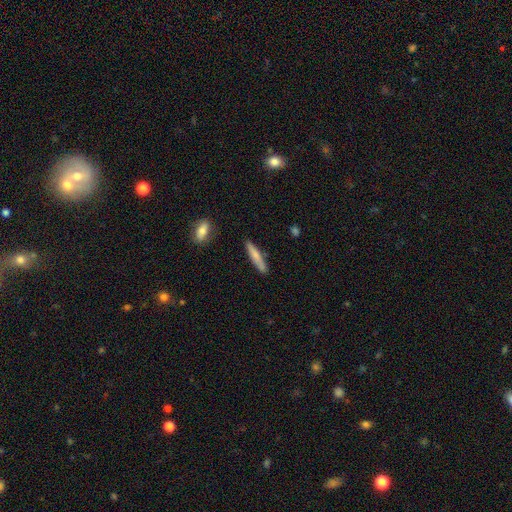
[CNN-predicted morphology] Q: Smooth or featured?
A: smooth (70%); runner-up: featured or disk (24%)
Q: How rounded?
A: cigar-shaped (89%); runner-up: in between (9%)
Q: Merging?
A: none (83%); runner-up: minor disturbance (12%)